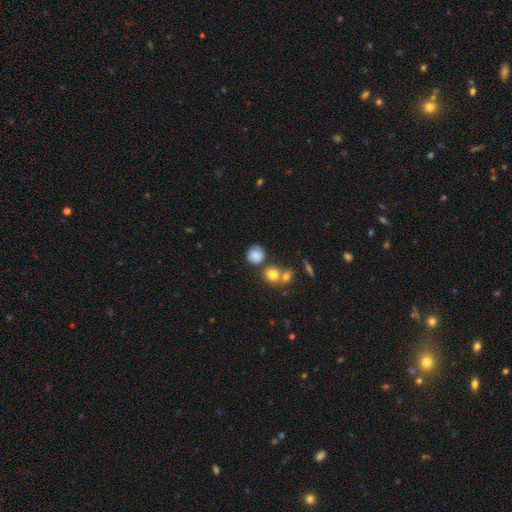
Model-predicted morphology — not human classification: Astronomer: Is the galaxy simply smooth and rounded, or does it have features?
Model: smooth — 77%.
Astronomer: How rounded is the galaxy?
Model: round — 82%.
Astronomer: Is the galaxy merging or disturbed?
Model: none — 57%.